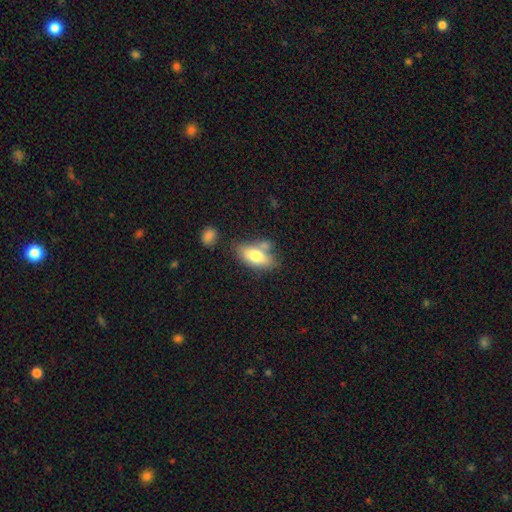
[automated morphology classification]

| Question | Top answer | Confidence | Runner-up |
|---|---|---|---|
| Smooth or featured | smooth | 73% | featured or disk (20%) |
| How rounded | in between | 87% | cigar-shaped (9%) |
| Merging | none | 58% | minor disturbance (19%) |